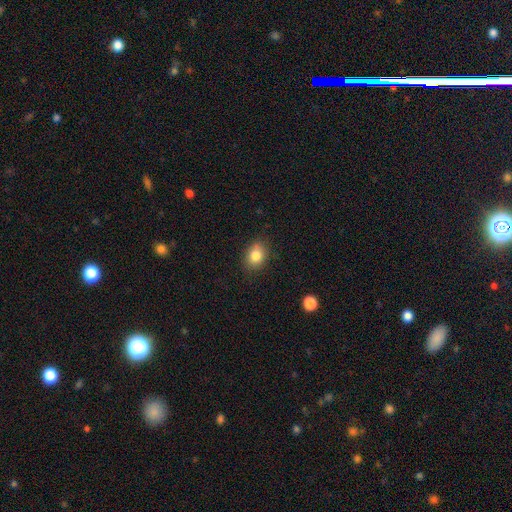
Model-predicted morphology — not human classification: Q: Smooth or featured?
A: smooth (83%); runner-up: star or artifact (10%)
Q: How rounded?
A: in between (60%); runner-up: round (39%)
Q: Merging?
A: none (83%); runner-up: minor disturbance (13%)